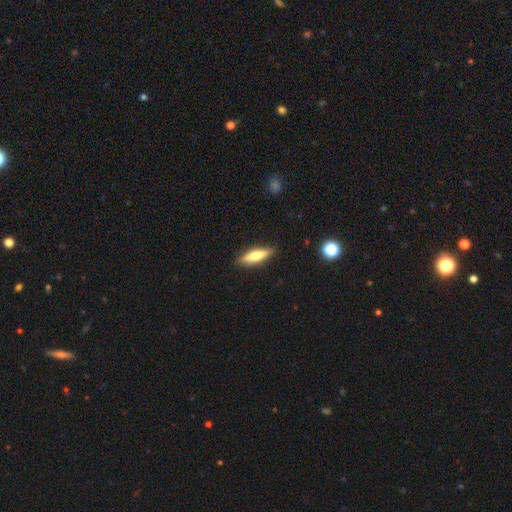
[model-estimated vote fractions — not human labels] This is likely a smooth galaxy (61%). How rounded: likely cigar-shaped (65%). Merging: clearly none (88%).